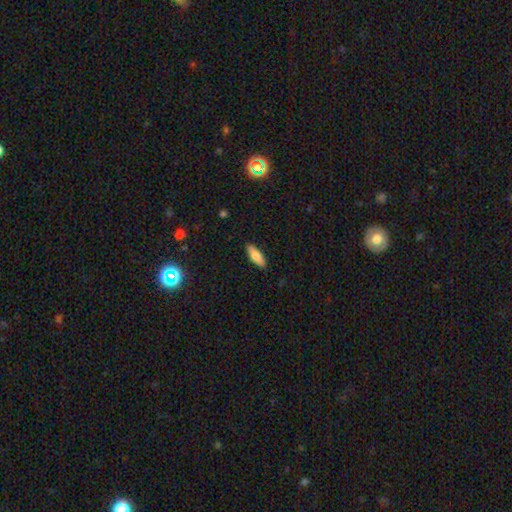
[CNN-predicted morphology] A smooth galaxy with no disk features (76%) that is in between round and cigar-shaped (59%).

Vote fractions:
- Smooth or featured? smooth: 76% / featured or disk: 17% / star or artifact: 7%
- How rounded? in between: 59% / cigar-shaped: 39% / round: 2%
- Merging? none: 89% / minor disturbance: 9% / major disturbance: 2% / merger: 1%